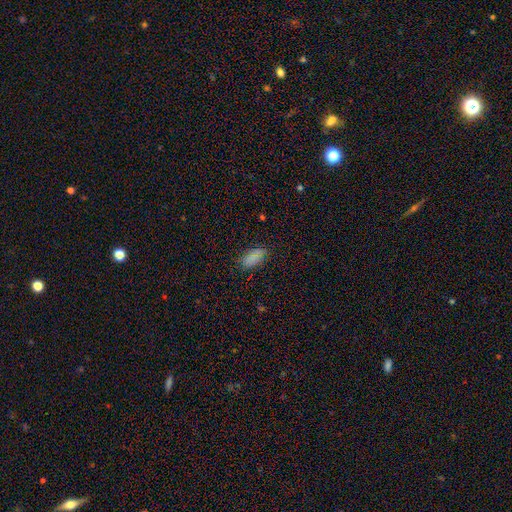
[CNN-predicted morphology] A smooth galaxy with no disk features (76%) that is in between round and cigar-shaped (92%).

Vote fractions:
- Smooth or featured? smooth: 76% / star or artifact: 18% / featured or disk: 7%
- How rounded? in between: 92% / cigar-shaped: 5% / round: 3%
- Merging? none: 83% / minor disturbance: 12% / major disturbance: 3% / merger: 1%